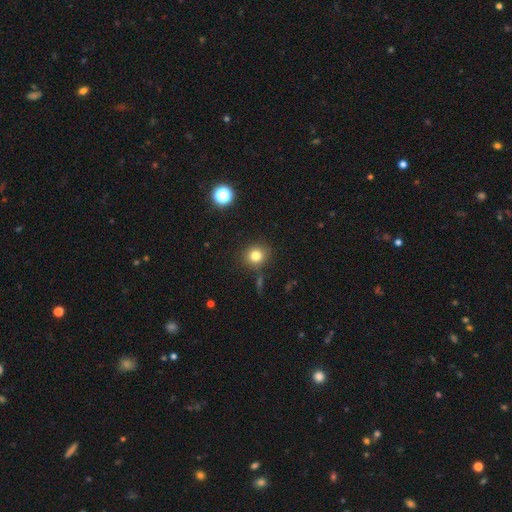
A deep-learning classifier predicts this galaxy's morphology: A smooth galaxy with no disk features (79%) that is round (87%). Merging: none (84%).